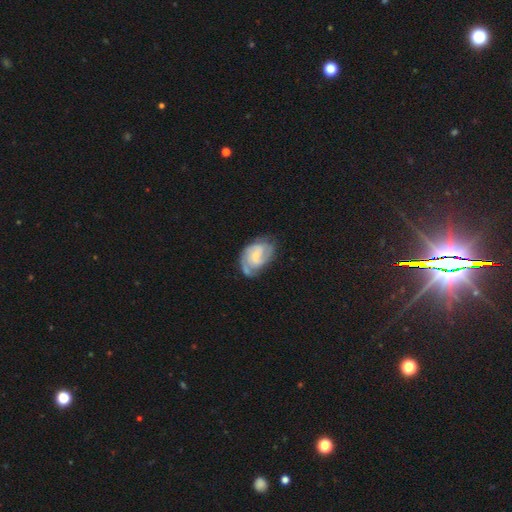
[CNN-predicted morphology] This appears to be a featured or disk galaxy (75%) with no bar (48%), 2 (51%) tight (43%) spiral arms (91%) and a small central bulge (64%). Merging: none (57%).